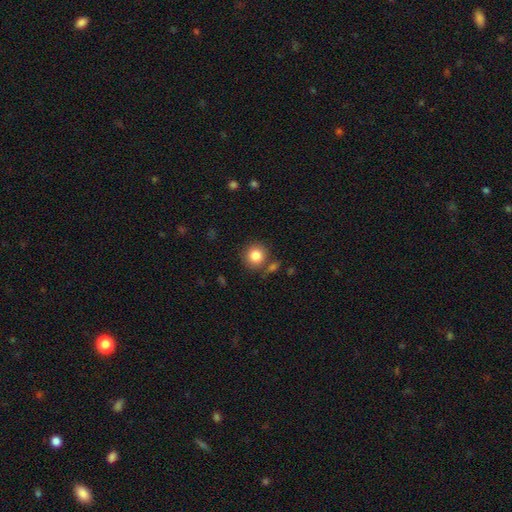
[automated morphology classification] Smooth or featured? Predicted: smooth (p=0.83). How rounded? Predicted: round (p=0.91). Merging? Predicted: none (p=0.78).